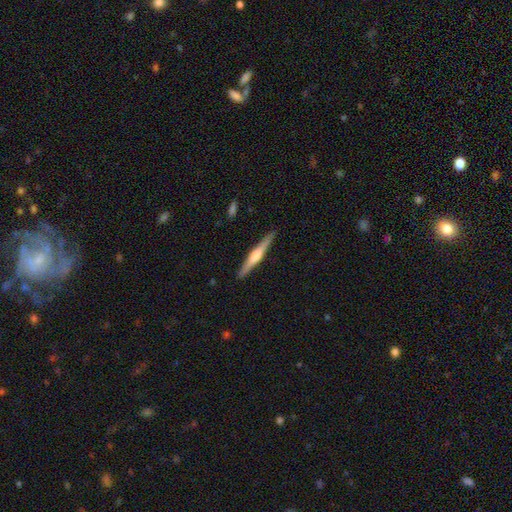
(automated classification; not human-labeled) Smooth or featured: featured or disk — 67% (smooth — 28%)
Edge-on disk: yes — 98% (no — 2%)
Edge-on bulge: rounded — 77% (boxy — 14%)
Merging: none — 91% (minor disturbance — 7%)